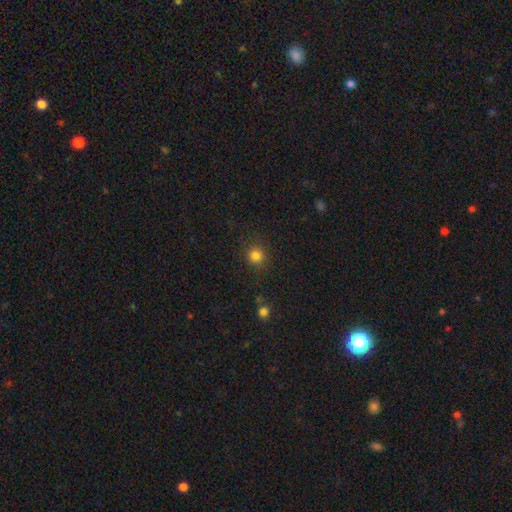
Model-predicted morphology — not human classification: smooth-or-featured: smooth: 83% | star or artifact: 13% | featured or disk: 4%
  how-rounded: round: 90% | in between: 9% | cigar-shaped: 1%
  merging: none: 86% | minor disturbance: 9% | major disturbance: 4% | merger: 2%